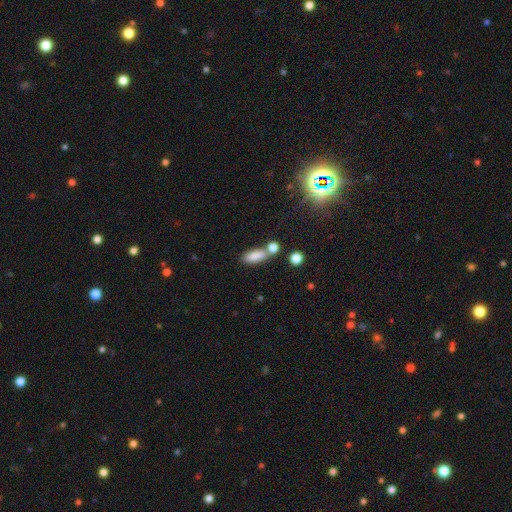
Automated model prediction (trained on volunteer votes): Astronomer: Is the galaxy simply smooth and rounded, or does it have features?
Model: smooth — 83%.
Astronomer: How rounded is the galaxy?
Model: in between — 74%.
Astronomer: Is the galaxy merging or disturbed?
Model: none — 53% (runner-up: merger, 28%).